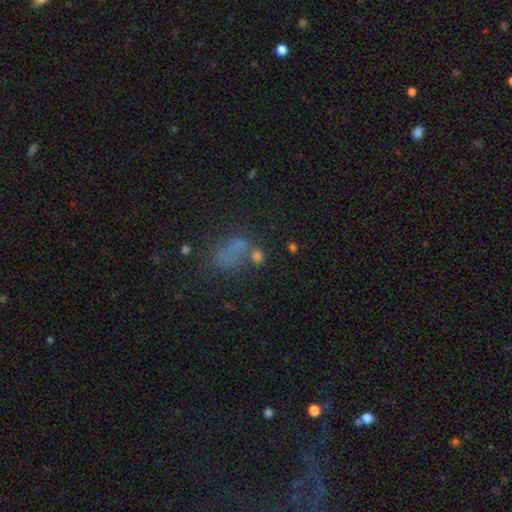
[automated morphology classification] Q: Smooth or featured?
A: smooth (52%); runner-up: star or artifact (26%)
Q: How rounded?
A: in between (72%); runner-up: round (25%)
Q: Merging?
A: none (39%); runner-up: merger (25%)